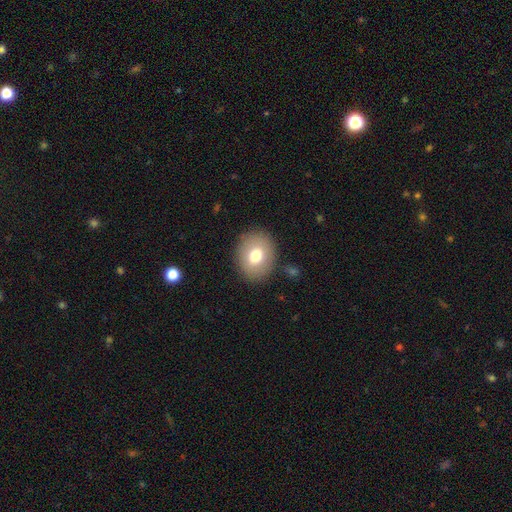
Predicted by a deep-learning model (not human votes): smooth-or-featured: smooth: 73% | featured or disk: 18% | star or artifact: 9%
  how-rounded: round: 54% | in between: 46% | cigar-shaped: 1%
  merging: none: 86% | minor disturbance: 9% | major disturbance: 3% | merger: 2%